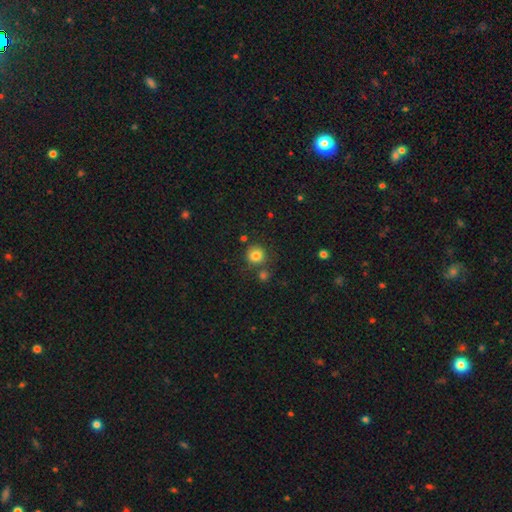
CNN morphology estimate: This is clearly a smooth galaxy (82%). How rounded: clearly round (90%). Merging: likely none (75%).